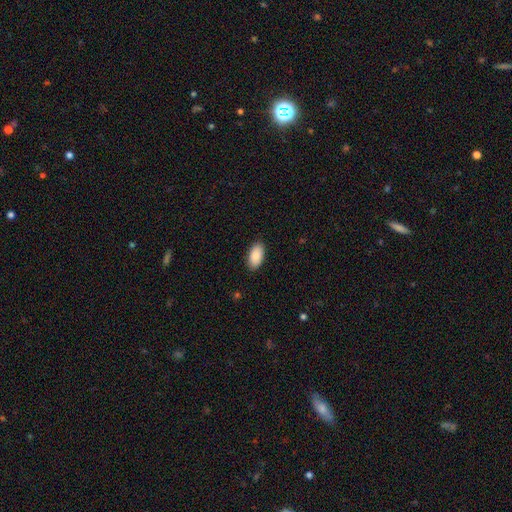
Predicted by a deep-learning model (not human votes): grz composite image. It shows a smooth galaxy with no disk features (90%) that is in between round and cigar-shaped (95%). Merging: none (89%).